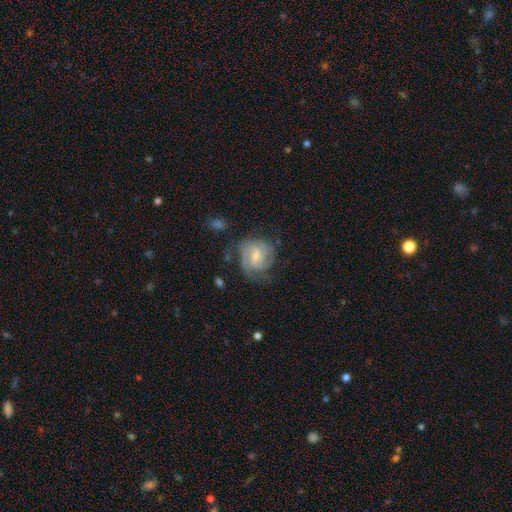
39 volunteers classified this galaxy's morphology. A featured or disk galaxy (69%) with a weak bar (67%), 2 (50%) tight (50%) spiral arms (89%) and a small central bulge (48%).

Vote fractions:
- Smooth or featured? featured or disk: 69% / smooth: 28% / star or artifact: 3%
- Edge-on disk? no: 100% / yes: 0%
- Bar? weak: 67% / strong: 19% / no: 15%
- Spiral arms? yes: 89% / no: 11%
- Spiral winding? tight: 50% / medium: 42% / loose: 8%
- Spiral arm count? 2: 50% / can't tell: 29% / 3: 17% / 1: 4% / 4: 0% / more than 4: 0%
- Bulge size? small: 48% / moderate: 30% / large: 19% / dominant: 4% / none: 0%
- Merging? none: 55% / minor disturbance: 29% / major disturbance: 13% / merger: 3%